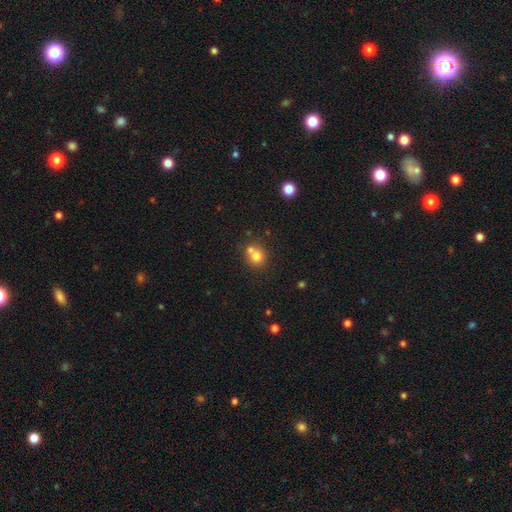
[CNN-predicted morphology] Smooth or featured? smooth (75%)
How rounded? round (84%)
Merging? none (49%)